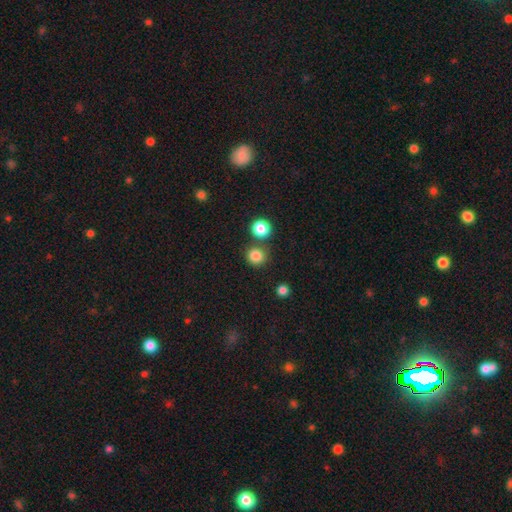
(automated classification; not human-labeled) Smooth or featured?
  - smooth: 84% *
  - star or artifact: 12%
  - featured or disk: 4%
How rounded?
  - round: 90% *
  - in between: 9%
  - cigar-shaped: 1%
Merging?
  - none: 75% *
  - merger: 14%
  - minor disturbance: 8%
  - major disturbance: 3%